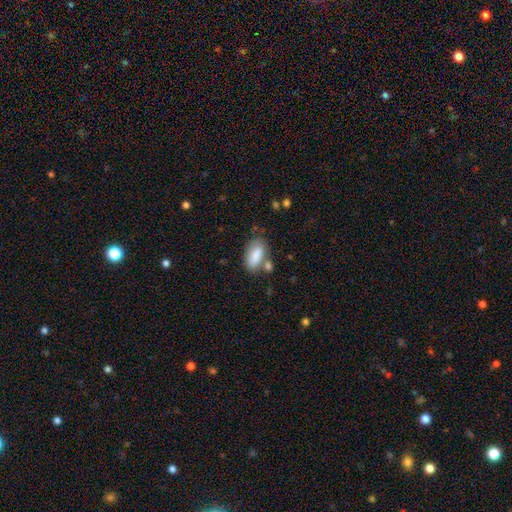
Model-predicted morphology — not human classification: type=smooth (84%); roundness=in between (89%); merging=none (57%).